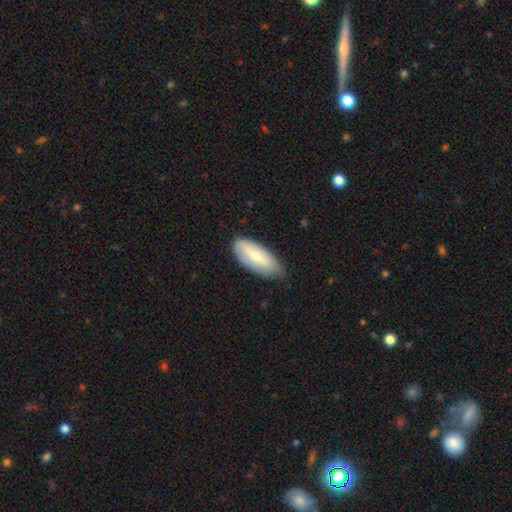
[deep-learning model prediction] The model was most divided on "smooth or featured": smooth: 68%, featured or disk: 26%, star or artifact: 6%. More confident: how rounded — in between (82%); merging — none (71%).